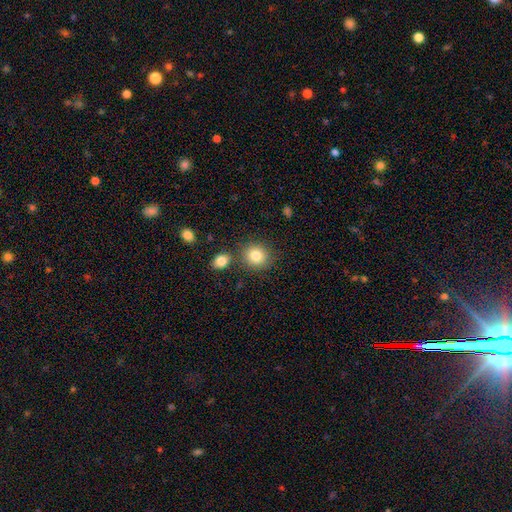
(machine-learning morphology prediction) smooth_or_featured: smooth (p=0.84) [alt: star or artifact p=0.09]
how_rounded: round (p=0.82) [alt: in between p=0.17]
merging: none (p=0.77) [alt: merger p=0.10]